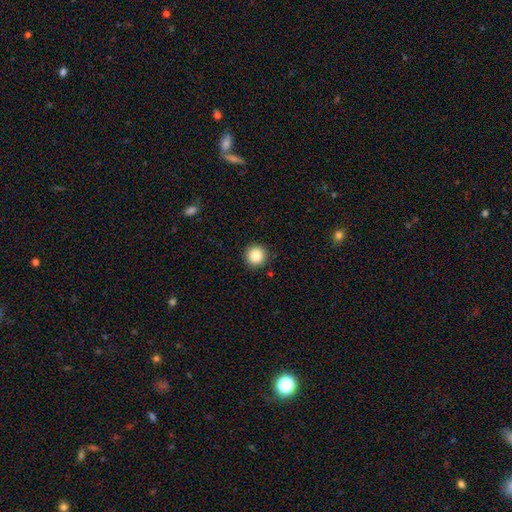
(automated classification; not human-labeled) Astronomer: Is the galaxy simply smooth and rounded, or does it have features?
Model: smooth — 85%.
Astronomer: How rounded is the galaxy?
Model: round — 95%.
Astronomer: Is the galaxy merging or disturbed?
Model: none — 92%.